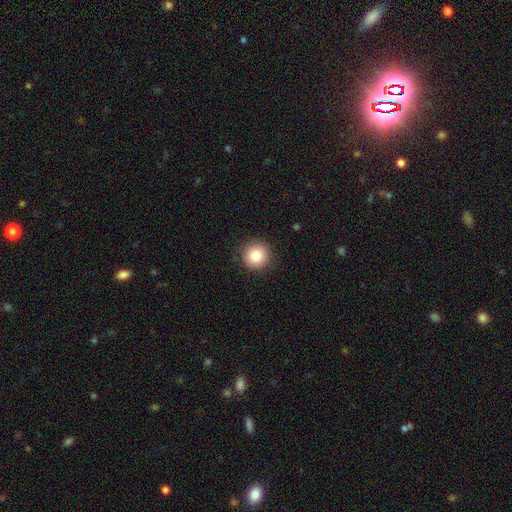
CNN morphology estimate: smooth 84%, star or artifact 9%, featured or disk 7%. Down the decision tree: how rounded — round (95%); merging — none (92%).